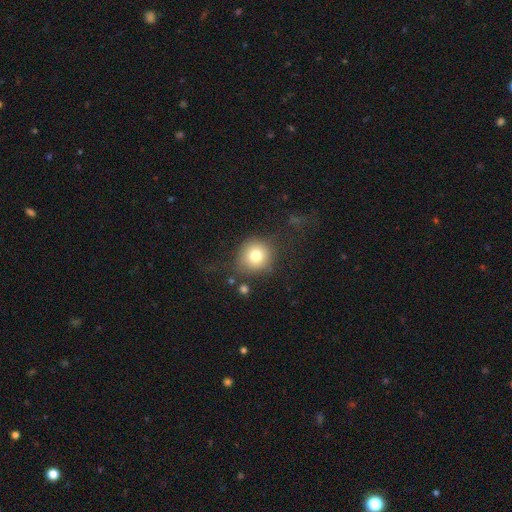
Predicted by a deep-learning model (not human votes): smooth_or_featured: smooth (p=0.78) [alt: featured or disk p=0.11]
how_rounded: round (p=0.89) [alt: in between p=0.10]
merging: none (p=0.72) [alt: minor disturbance p=0.16]